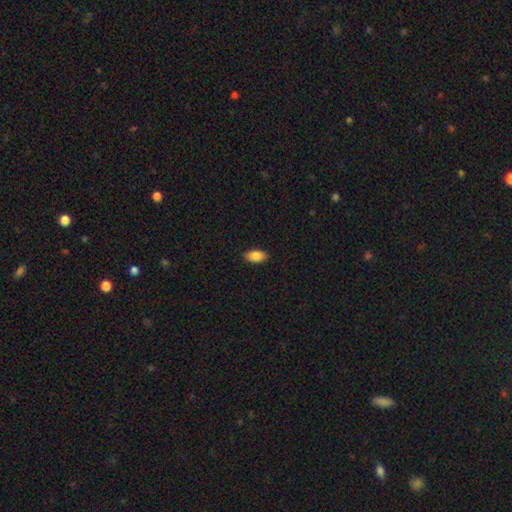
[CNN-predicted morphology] Smooth or featured? smooth (88%)
How rounded? in between (93%)
Merging? none (89%)